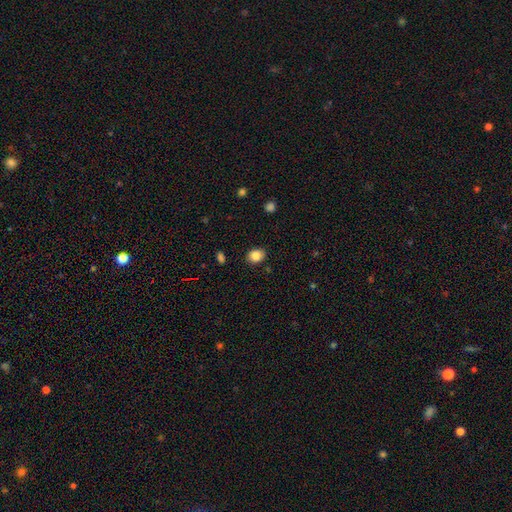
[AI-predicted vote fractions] Smooth or featured? Predicted: smooth (p=0.86). How rounded? Predicted: in between (p=0.54). Merging? Predicted: none (p=0.85).